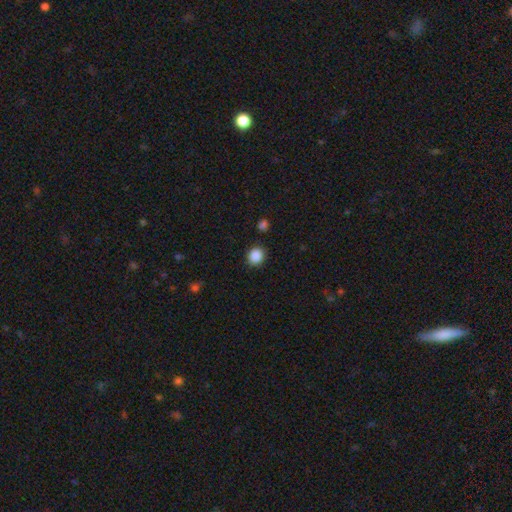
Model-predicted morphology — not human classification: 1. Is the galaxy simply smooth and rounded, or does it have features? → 88% smooth, 9% star or artifact, 3% featured or disk.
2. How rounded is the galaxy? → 77% round, 22% in between, 1% cigar-shaped.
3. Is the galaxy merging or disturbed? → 88% none, 8% minor disturbance, 2% major disturbance, 2% merger.